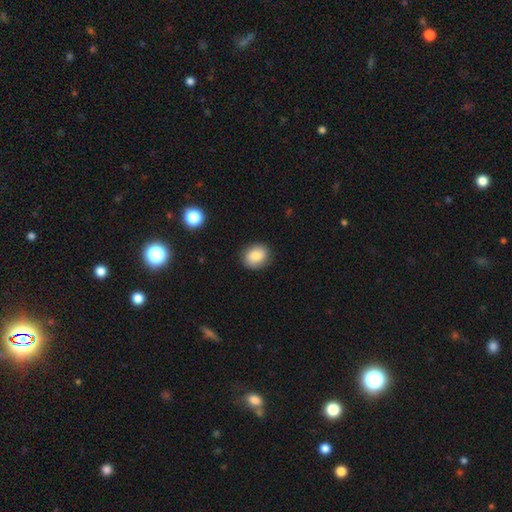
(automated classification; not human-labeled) Q: Smooth or featured?
A: smooth (83%); runner-up: featured or disk (9%)
Q: How rounded?
A: round (60%); runner-up: in between (39%)
Q: Merging?
A: none (87%); runner-up: minor disturbance (10%)